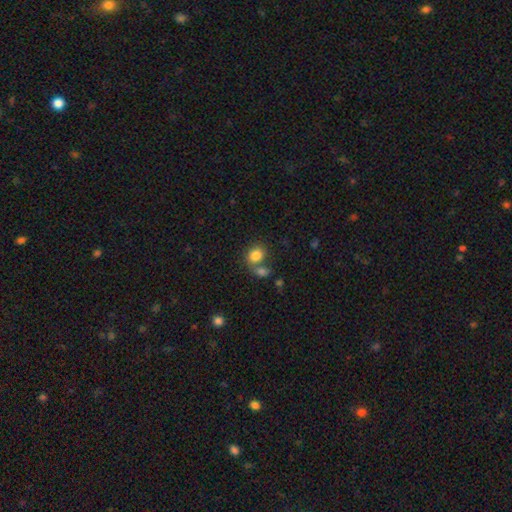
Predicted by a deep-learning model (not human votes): The model was most divided on "merging": none: 48%, merger: 35%, minor disturbance: 11%, major disturbance: 5%. More confident: smooth or featured — smooth (83%); how rounded — round (64%).